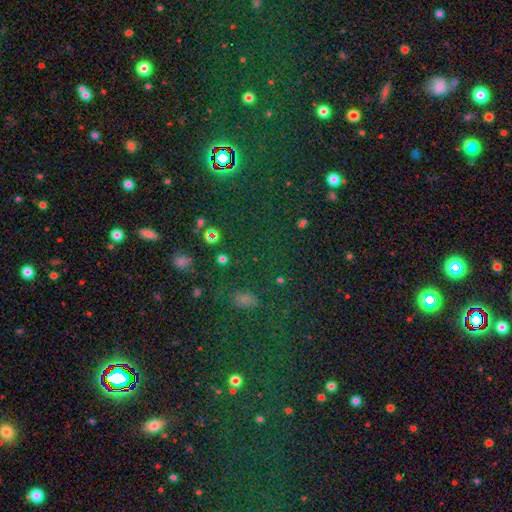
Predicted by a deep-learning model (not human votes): Overall: star or artifact (71%).